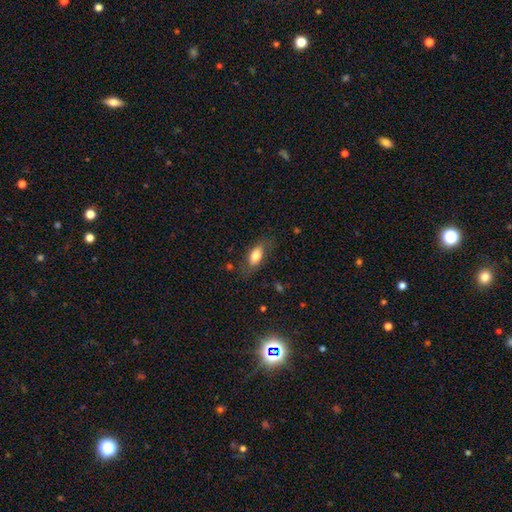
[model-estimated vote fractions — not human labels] smooth-or-featured: smooth: 75% | featured or disk: 18% | star or artifact: 7%
  how-rounded: in between: 84% | cigar-shaped: 12% | round: 4%
  merging: none: 73% | minor disturbance: 18% | major disturbance: 7% | merger: 1%